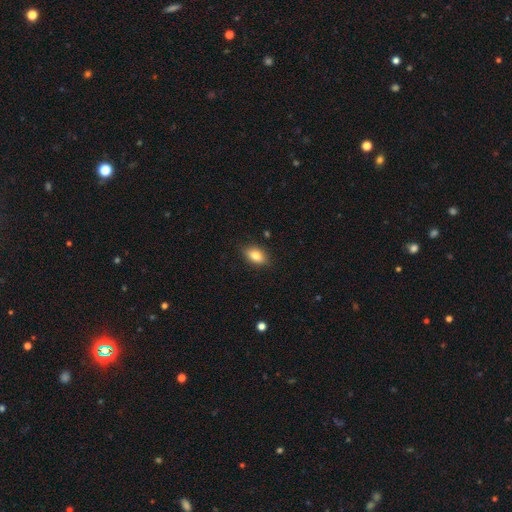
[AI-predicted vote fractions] This appears to be a smooth galaxy with no disk features (79%) that is in between round and cigar-shaped (85%). Merging: none (86%).